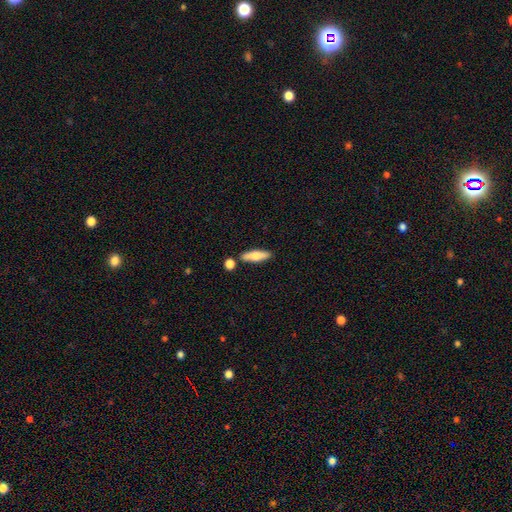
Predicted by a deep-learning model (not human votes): Smooth or featured?
  - smooth: 66% *
  - featured or disk: 28%
  - star or artifact: 6%
How rounded?
  - cigar-shaped: 56% *
  - in between: 41%
  - round: 3%
Merging?
  - none: 79% *
  - minor disturbance: 10%
  - merger: 8%
  - major disturbance: 2%